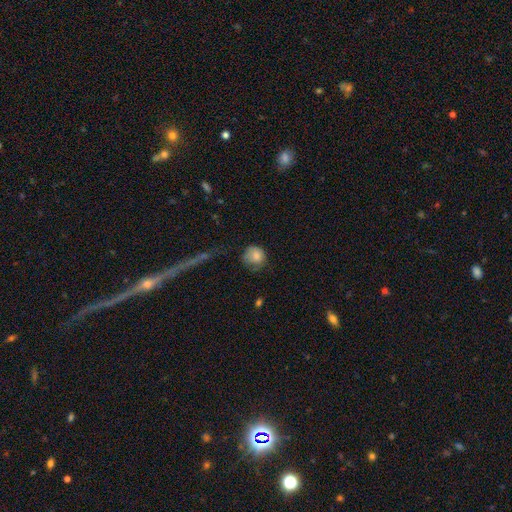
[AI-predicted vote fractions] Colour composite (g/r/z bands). It shows a smooth galaxy with no disk features (78%) that is round (82%). Merging: none (53%).